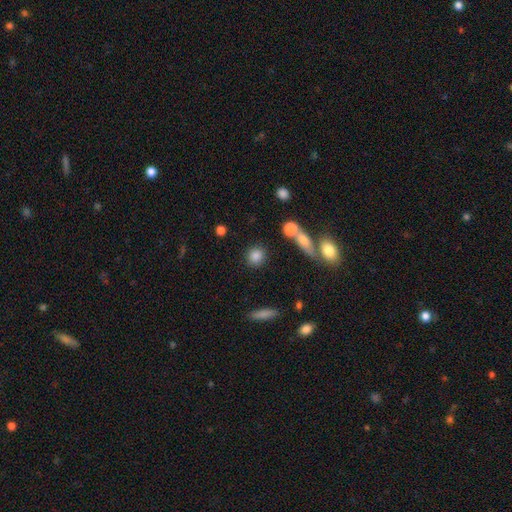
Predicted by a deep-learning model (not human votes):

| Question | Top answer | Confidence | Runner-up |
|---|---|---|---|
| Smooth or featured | smooth | 83% | star or artifact (9%) |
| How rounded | round | 80% | in between (17%) |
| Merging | none | 83% | minor disturbance (8%) |